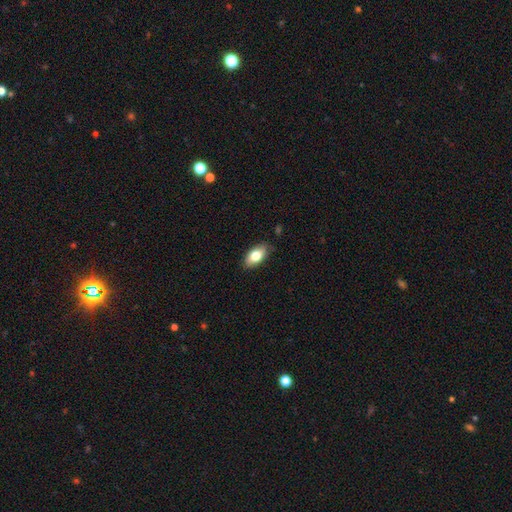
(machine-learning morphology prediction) The model was most divided on "smooth or featured": smooth: 76%, featured or disk: 17%, star or artifact: 7%. More confident: how rounded — in between (91%); merging — none (84%).